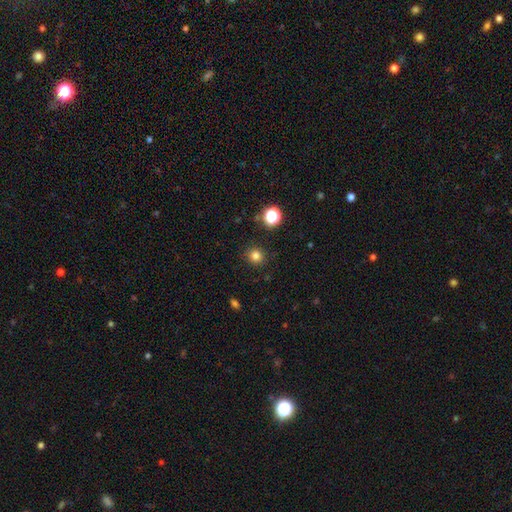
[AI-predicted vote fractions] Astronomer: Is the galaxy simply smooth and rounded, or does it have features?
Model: smooth — 80%.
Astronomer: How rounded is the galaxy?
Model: round — 91%.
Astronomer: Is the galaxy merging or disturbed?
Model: none — 90%.